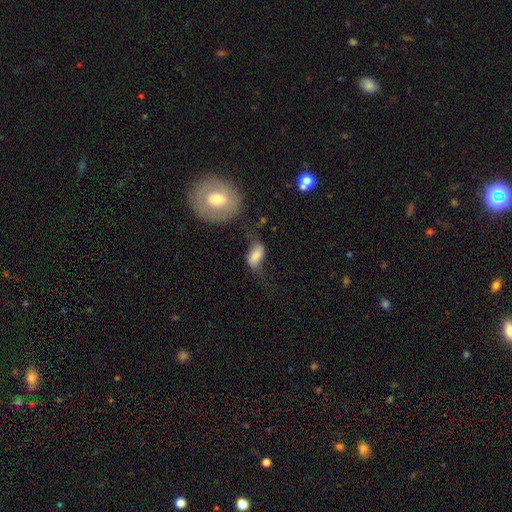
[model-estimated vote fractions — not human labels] Smooth or featured? Predicted: smooth (p=0.65). How rounded? Predicted: in between (p=0.89). Merging? Predicted: none (p=0.37).